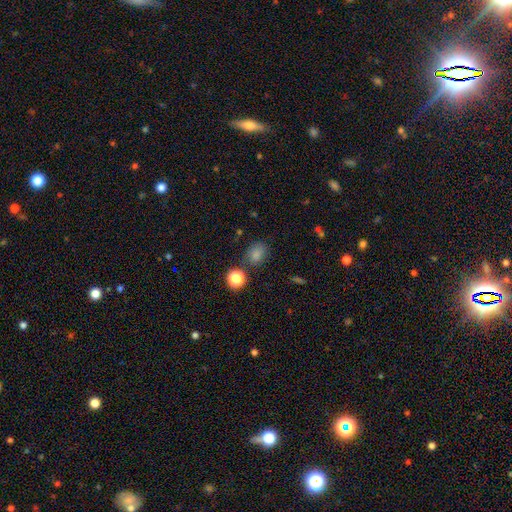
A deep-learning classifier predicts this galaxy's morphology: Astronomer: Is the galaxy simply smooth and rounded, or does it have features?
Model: smooth — 73%.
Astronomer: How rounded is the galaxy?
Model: in between — 54% (runner-up: round, 44%).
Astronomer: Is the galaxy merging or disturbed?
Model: none — 74%.